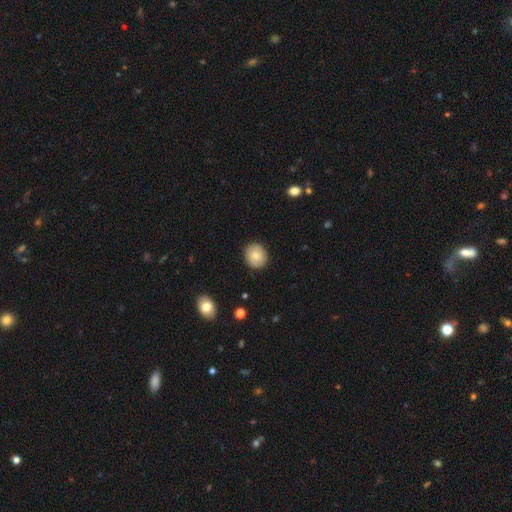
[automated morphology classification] Smooth or featured? Predicted: smooth (p=0.79). How rounded? Predicted: round (p=0.73). Merging? Predicted: none (p=0.90).